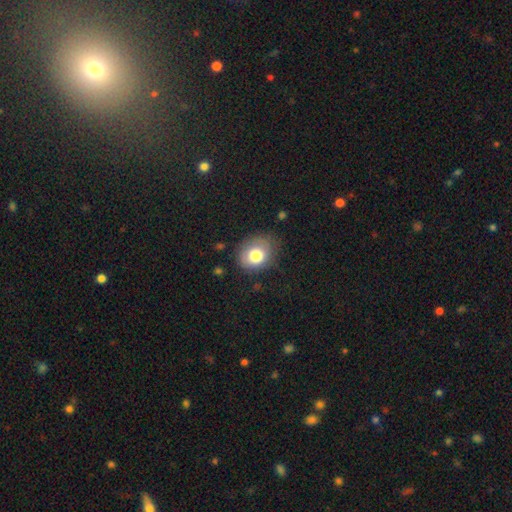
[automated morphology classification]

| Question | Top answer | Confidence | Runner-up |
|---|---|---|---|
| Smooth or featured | smooth | 78% | featured or disk (13%) |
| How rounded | round | 50% | in between (49%) |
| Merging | none | 68% | minor disturbance (23%) |